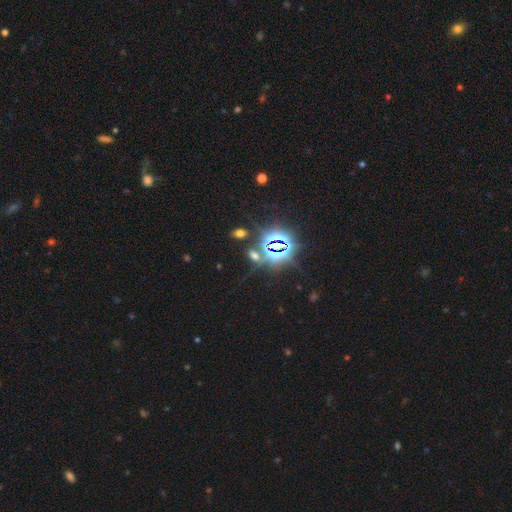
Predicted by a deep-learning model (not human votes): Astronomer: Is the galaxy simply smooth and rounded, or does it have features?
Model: star or artifact — 62%.